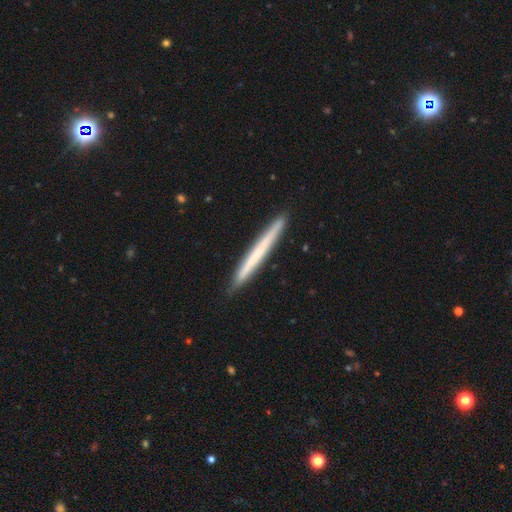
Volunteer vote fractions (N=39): Q: Smooth or featured?
A: smooth (72%); runner-up: featured or disk (26%)
Q: How rounded?
A: cigar-shaped (100%)
Q: Merging?
A: none (92%); runner-up: minor disturbance (8%)